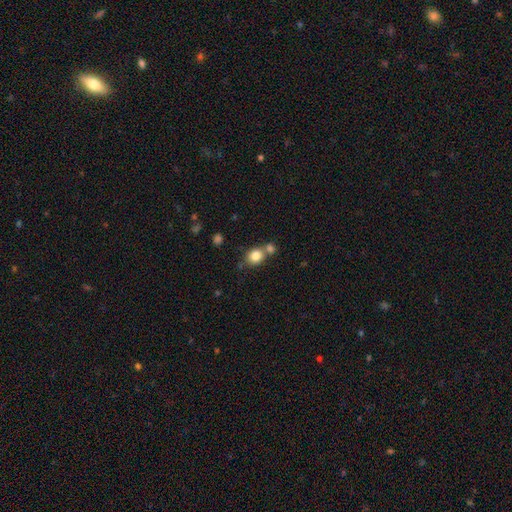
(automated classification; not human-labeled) Q: Smooth or featured?
A: smooth (83%); runner-up: star or artifact (10%)
Q: How rounded?
A: round (70%); runner-up: in between (29%)
Q: Merging?
A: none (52%); runner-up: merger (35%)